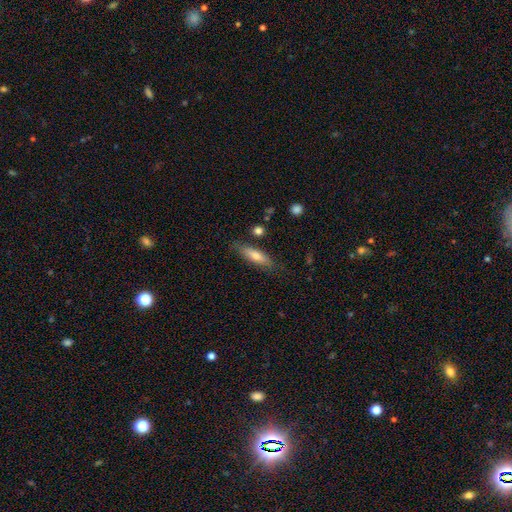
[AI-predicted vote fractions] Smooth or featured: smooth — 66% (featured or disk — 27%)
How rounded: cigar-shaped — 64% (in between — 34%)
Merging: none — 80% (minor disturbance — 14%)